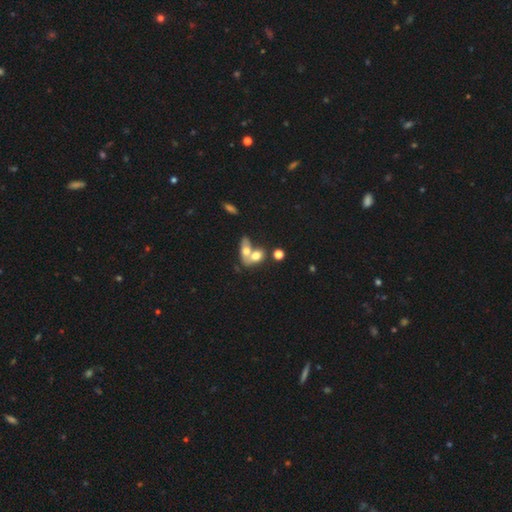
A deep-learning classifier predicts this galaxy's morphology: A smooth galaxy with no disk features (65%) that is in between round and cigar-shaped (75%). Merging: merger (67%).